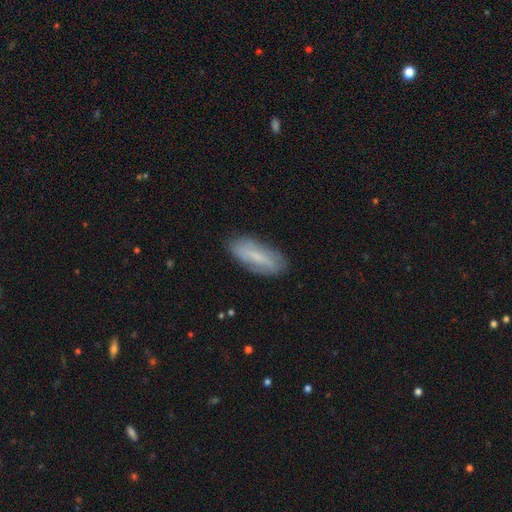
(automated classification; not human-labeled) Morphology: type=smooth (57%); roundness=in between (68%); merging=none (80%).